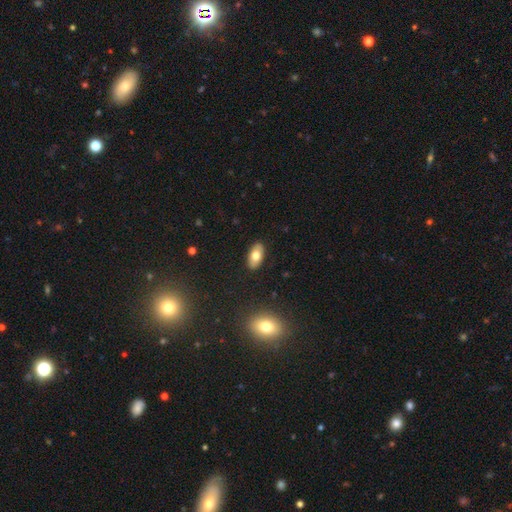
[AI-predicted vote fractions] smooth 74%, featured or disk 18%, star or artifact 8%. Down the decision tree: how rounded — in between (91%); merging — none (89%).